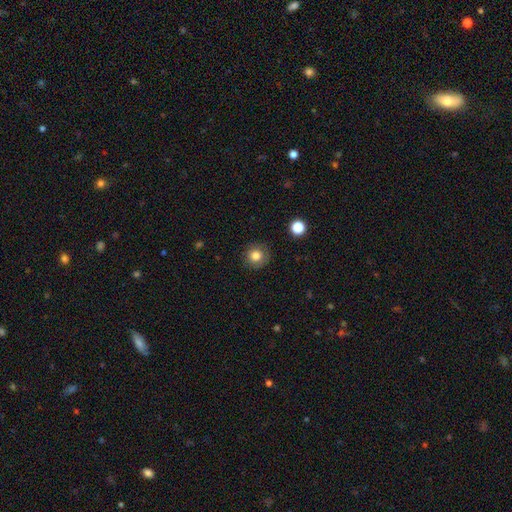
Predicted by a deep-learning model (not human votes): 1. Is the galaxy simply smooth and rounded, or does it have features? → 82% smooth, 11% star or artifact, 7% featured or disk.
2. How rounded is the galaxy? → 91% round, 8% in between, 1% cigar-shaped.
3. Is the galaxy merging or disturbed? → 88% none, 8% minor disturbance, 2% major disturbance, 1% merger.